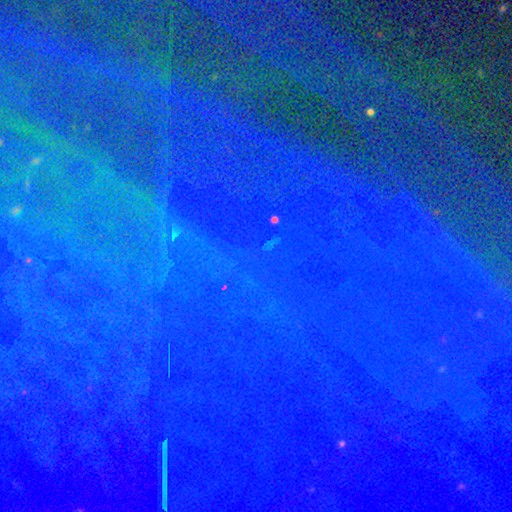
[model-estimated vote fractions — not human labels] Overall: star or artifact (87%).